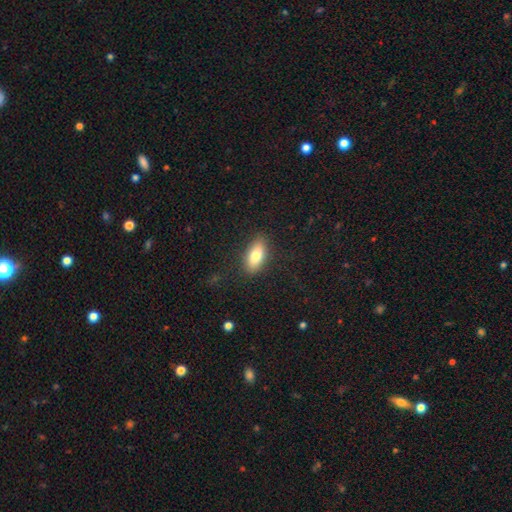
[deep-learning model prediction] Smooth or featured? smooth (79%)
How rounded? in between (85%)
Merging? none (85%)